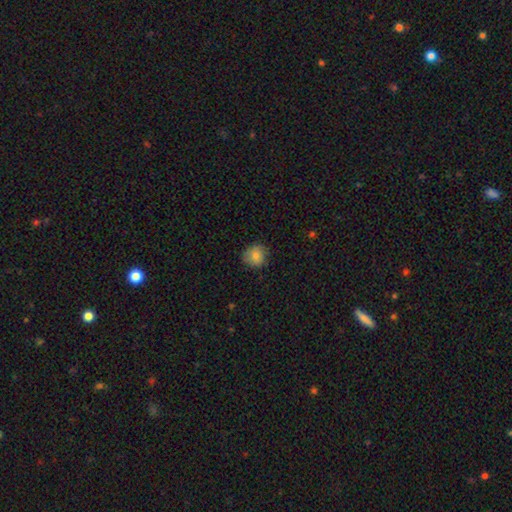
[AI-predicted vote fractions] Morphology: type=smooth (80%); roundness=round (86%); merging=none (79%).